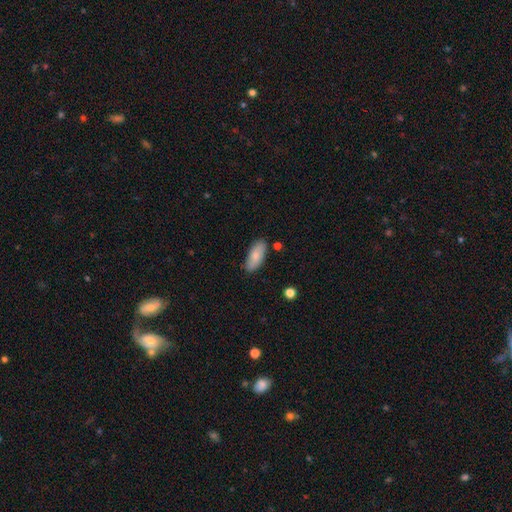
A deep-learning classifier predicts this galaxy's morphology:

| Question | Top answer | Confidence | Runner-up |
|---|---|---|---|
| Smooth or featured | smooth | 79% | featured or disk (15%) |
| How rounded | in between | 84% | cigar-shaped (13%) |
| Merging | none | 81% | minor disturbance (14%) |